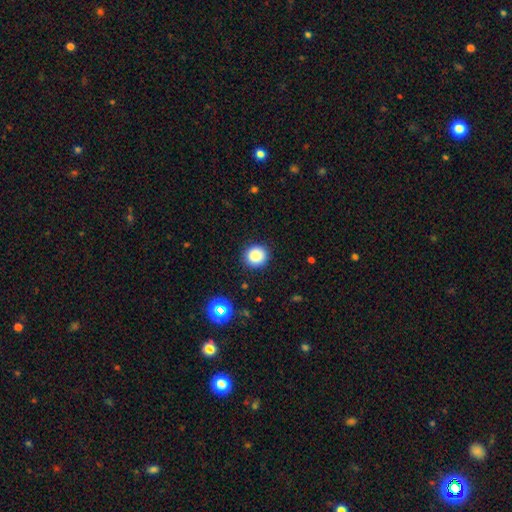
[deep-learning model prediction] Q: Smooth or featured?
A: smooth (85%); runner-up: star or artifact (11%)
Q: How rounded?
A: round (91%); runner-up: in between (8%)
Q: Merging?
A: none (90%); runner-up: minor disturbance (7%)